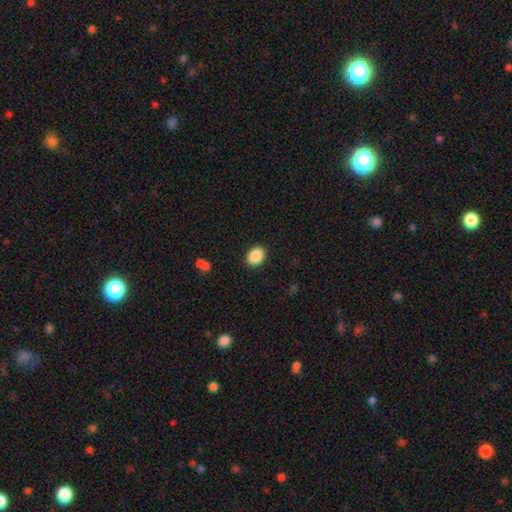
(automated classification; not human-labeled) Smooth or featured?
  - smooth: 89% *
  - star or artifact: 8%
  - featured or disk: 3%
How rounded?
  - in between: 67% *
  - round: 32%
  - cigar-shaped: 1%
Merging?
  - none: 89% *
  - minor disturbance: 8%
  - major disturbance: 2%
  - merger: 1%